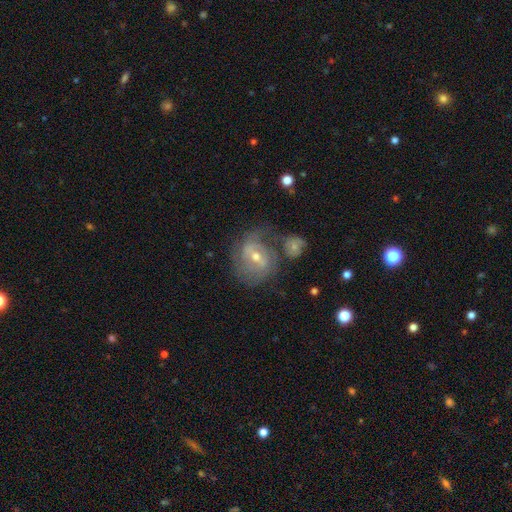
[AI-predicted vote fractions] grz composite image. It shows a featured or disk galaxy (75%) with a weak bar (50%), 2 (50%) medium (41%) spiral arms (83%) and a moderate central bulge (53%). Merging: none (51%).